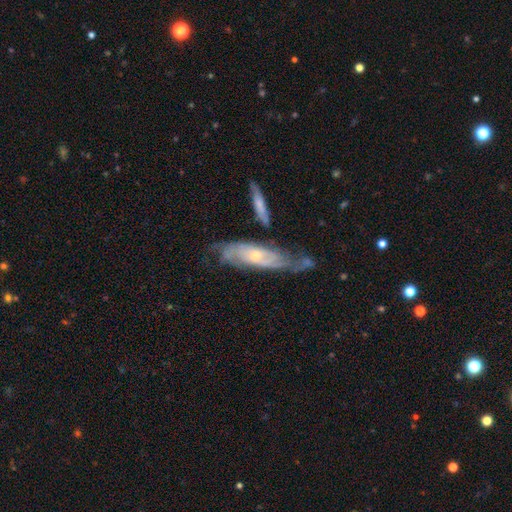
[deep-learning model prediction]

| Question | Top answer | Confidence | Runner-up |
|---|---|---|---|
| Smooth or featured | featured or disk | 77% | smooth (17%) |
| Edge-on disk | no | 80% | yes (20%) |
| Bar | no | 64% | weak (29%) |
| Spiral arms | yes | 89% | no (11%) |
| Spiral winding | tight | 52% | medium (35%) |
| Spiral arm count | can't tell | 44% | 2 (36%) |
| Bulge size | small | 54% | moderate (41%) |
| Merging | none | 46% | minor disturbance (25%) |